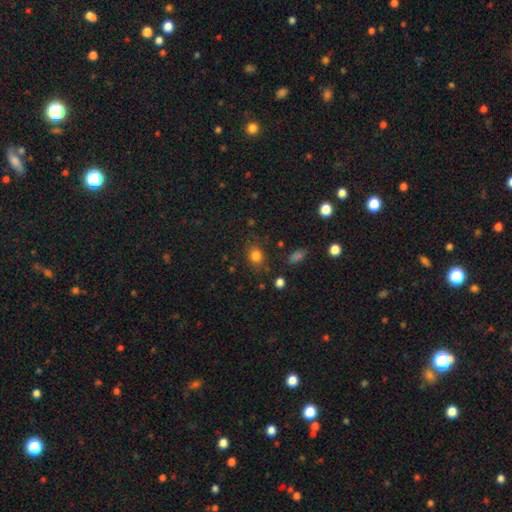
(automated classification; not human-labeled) Smooth or featured?
  - smooth: 80% *
  - star or artifact: 13%
  - featured or disk: 6%
How rounded?
  - round: 59% *
  - in between: 40%
  - cigar-shaped: 1%
Merging?
  - none: 77% *
  - minor disturbance: 15%
  - major disturbance: 5%
  - merger: 3%